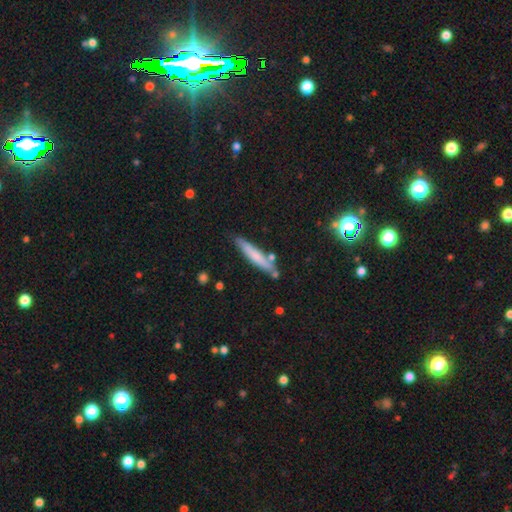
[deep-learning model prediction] Smooth or featured?
  - smooth: 65% *
  - featured or disk: 27%
  - star or artifact: 8%
How rounded?
  - cigar-shaped: 91% *
  - in between: 7%
  - round: 1%
Merging?
  - none: 77% *
  - minor disturbance: 14%
  - merger: 6%
  - major disturbance: 3%